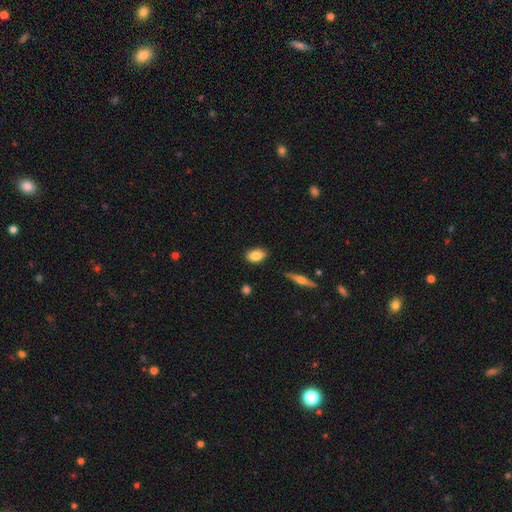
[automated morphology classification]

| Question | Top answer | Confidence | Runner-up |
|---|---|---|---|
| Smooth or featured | smooth | 84% | featured or disk (9%) |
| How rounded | in between | 86% | round (11%) |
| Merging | none | 85% | minor disturbance (11%) |